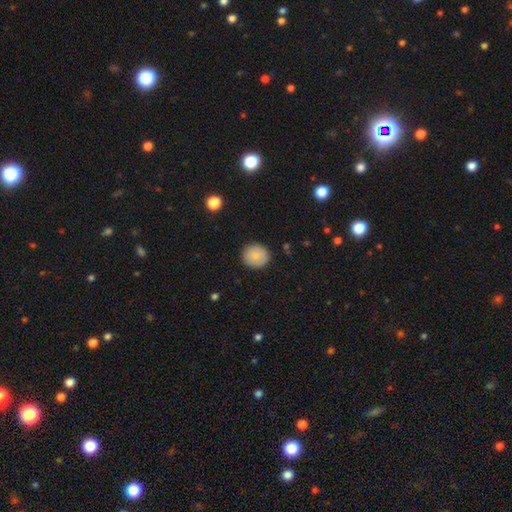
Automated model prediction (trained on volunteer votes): Smooth or featured? Predicted: smooth (p=0.83). How rounded? Predicted: round (p=0.86). Merging? Predicted: none (p=0.89).